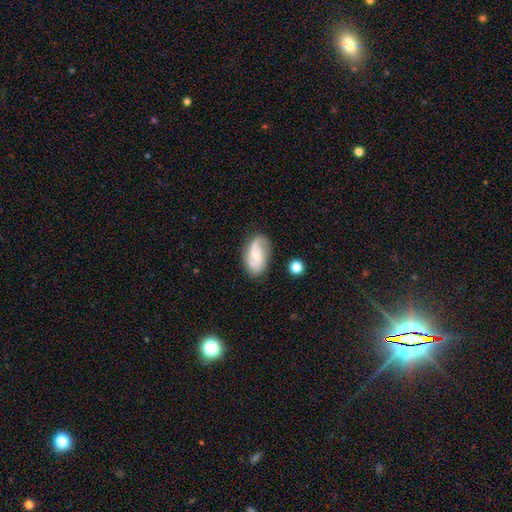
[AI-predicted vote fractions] Smooth or featured?
  - featured or disk: 70% *
  - smooth: 24%
  - star or artifact: 7%
Edge-on disk?
  - no: 96% *
  - yes: 4%
Bar?
  - no: 54% *
  - weak: 39%
  - strong: 7%
Spiral arms?
  - yes: 93% *
  - no: 7%
Spiral winding?
  - medium: 42% *
  - loose: 39%
  - tight: 19%
Spiral arm count?
  - 2: 74% *
  - can't tell: 10%
  - 1: 8%
  - 3: 5%
  - 4: 1%
  - more than 4: 1%
Bulge size?
  - small: 48% *
  - moderate: 42%
  - none: 5%
  - large: 3%
  - dominant: 1%
Merging?
  - none: 71% *
  - minor disturbance: 20%
  - major disturbance: 7%
  - merger: 3%